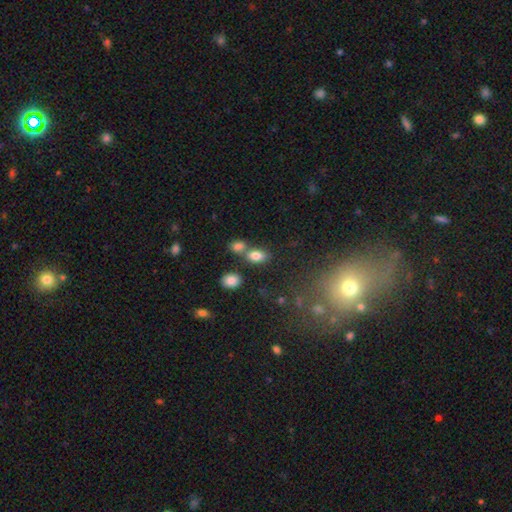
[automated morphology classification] smooth-or-featured: smooth: 81% | star or artifact: 11% | featured or disk: 8%
  how-rounded: in between: 85% | round: 13% | cigar-shaped: 3%
  merging: none: 50% | merger: 34% | minor disturbance: 11% | major disturbance: 5%